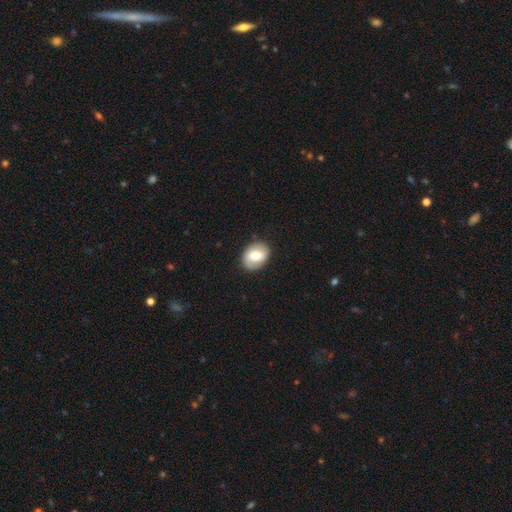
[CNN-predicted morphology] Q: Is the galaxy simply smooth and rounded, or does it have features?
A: smooth — 61%.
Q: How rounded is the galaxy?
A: in between — 68%.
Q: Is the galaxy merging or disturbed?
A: none — 84%.